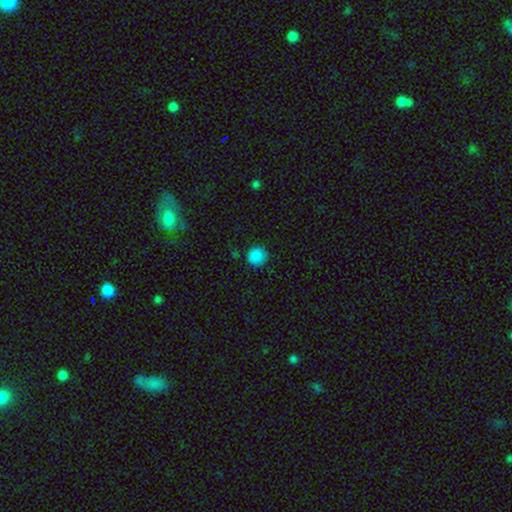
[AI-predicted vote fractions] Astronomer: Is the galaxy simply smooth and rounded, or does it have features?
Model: smooth — 86%.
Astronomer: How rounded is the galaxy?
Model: round — 92%.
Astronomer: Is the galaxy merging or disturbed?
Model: none — 84%.